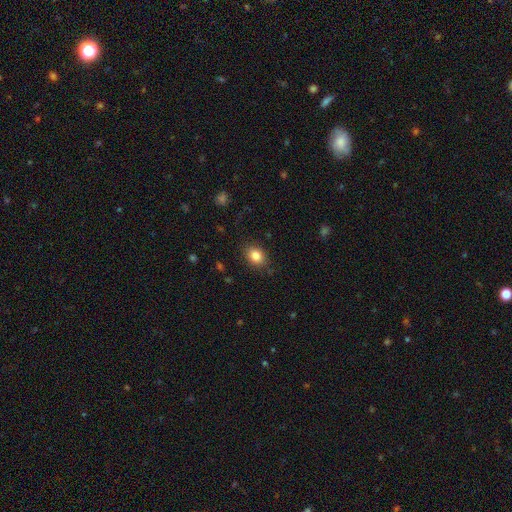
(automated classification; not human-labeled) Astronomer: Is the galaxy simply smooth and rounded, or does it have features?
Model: smooth — 85%.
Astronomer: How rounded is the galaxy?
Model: in between — 60% (runner-up: round, 39%).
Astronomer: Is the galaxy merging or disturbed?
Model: none — 84%.